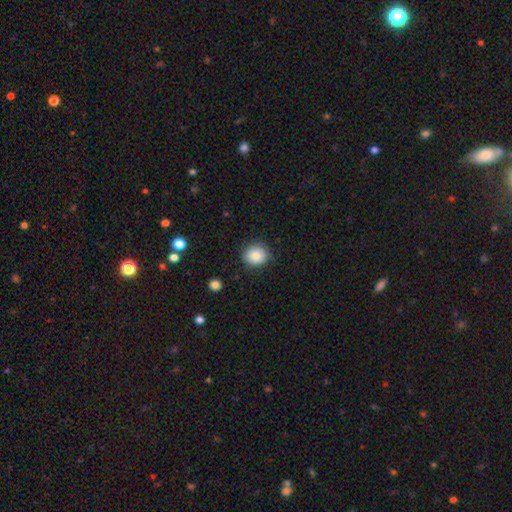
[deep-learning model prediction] Q: Smooth or featured?
A: smooth (86%); runner-up: star or artifact (8%)
Q: How rounded?
A: round (78%); runner-up: in between (22%)
Q: Merging?
A: none (85%); runner-up: minor disturbance (11%)